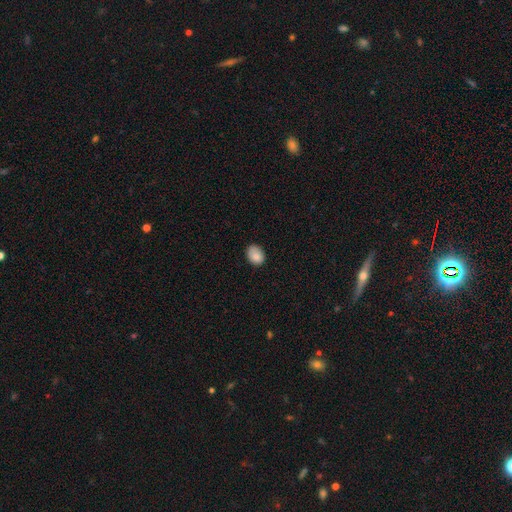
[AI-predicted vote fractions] A smooth galaxy with no disk features (84%) that is in between round and cigar-shaped (66%).

Vote fractions:
- Smooth or featured? smooth: 84% / star or artifact: 8% / featured or disk: 8%
- How rounded? in between: 66% / round: 33% / cigar-shaped: 1%
- Merging? none: 73% / minor disturbance: 21% / major disturbance: 4% / merger: 1%